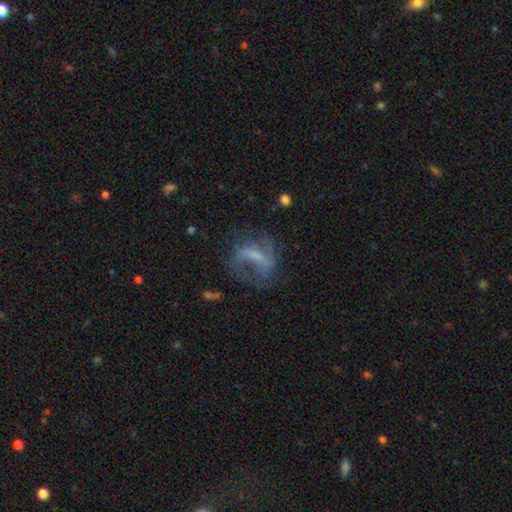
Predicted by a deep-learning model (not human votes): This is likely a featured or disk galaxy (66%). It is clearly not viewed edge-on (95%). Bar: marginally weak (40%). Spiral arm pattern: likely yes (76%). Central bulge: marginally none (39%). Merging: possibly none (46%).